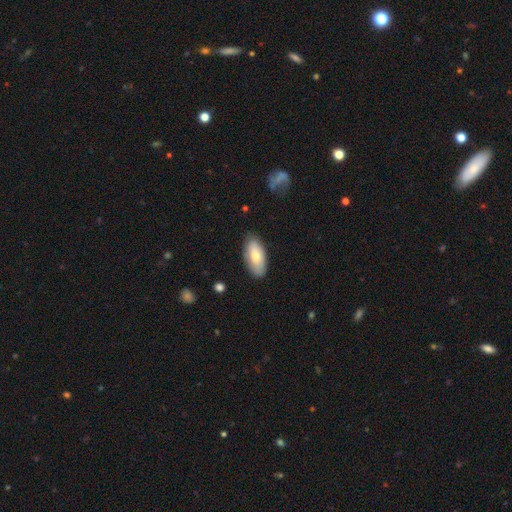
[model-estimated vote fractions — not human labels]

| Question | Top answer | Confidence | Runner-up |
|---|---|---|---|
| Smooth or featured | smooth | 74% | featured or disk (20%) |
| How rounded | in between | 90% | cigar-shaped (7%) |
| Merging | none | 83% | minor disturbance (13%) |